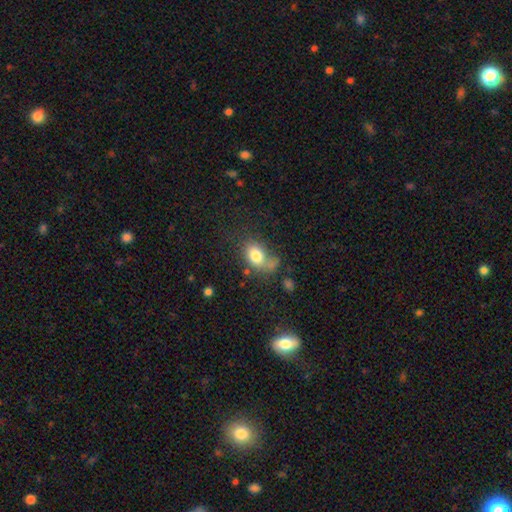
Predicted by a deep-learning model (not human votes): smooth_or_featured: smooth (p=0.78) [alt: featured or disk p=0.13]
how_rounded: in between (p=0.75) [alt: round p=0.24]
merging: none (p=0.44) [alt: minor disturbance p=0.25]